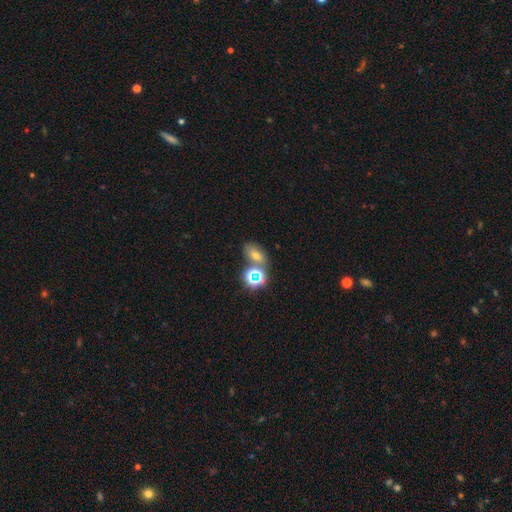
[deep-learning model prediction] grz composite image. It shows a smooth galaxy with no disk features (50%) that is in between round and cigar-shaped (74%). Merging: none (60%).